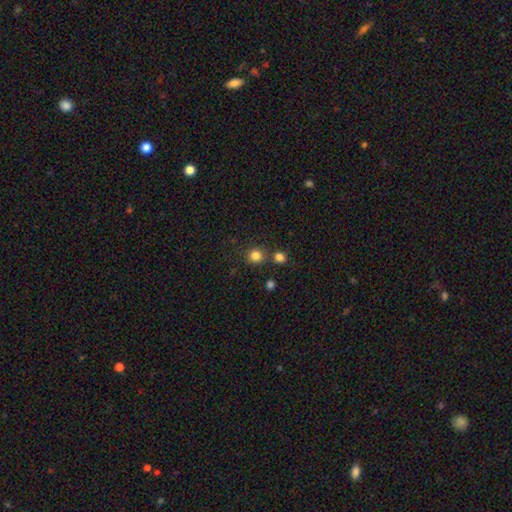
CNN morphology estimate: This is clearly a smooth galaxy (82%). How rounded: clearly round (89%). Merging: likely none (76%).